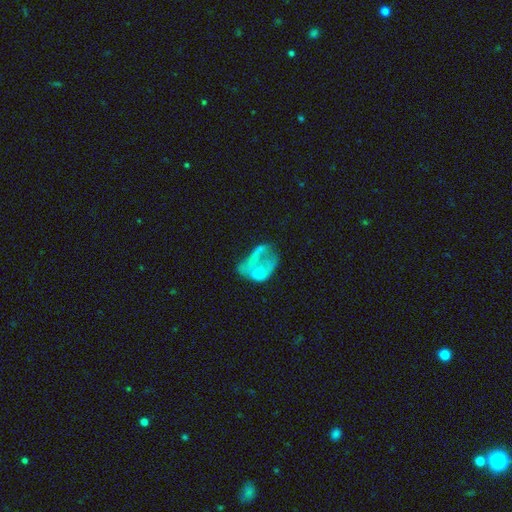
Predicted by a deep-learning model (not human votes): A featured or disk galaxy (47%).

Vote fractions:
- Smooth or featured? featured or disk: 47% / smooth: 40% / star or artifact: 12%
- Merging? major disturbance: 35% / merger: 32% / none: 19% / minor disturbance: 14%